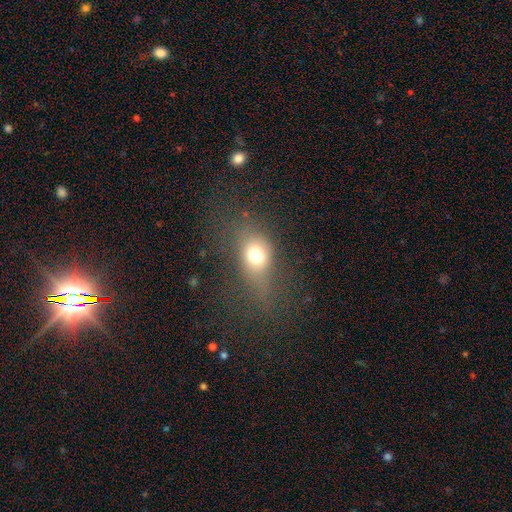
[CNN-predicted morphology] The model was most divided on "how rounded": in between: 62%, round: 35%, cigar-shaped: 3%. More confident: smooth or featured — smooth (70%); merging — none (54%).